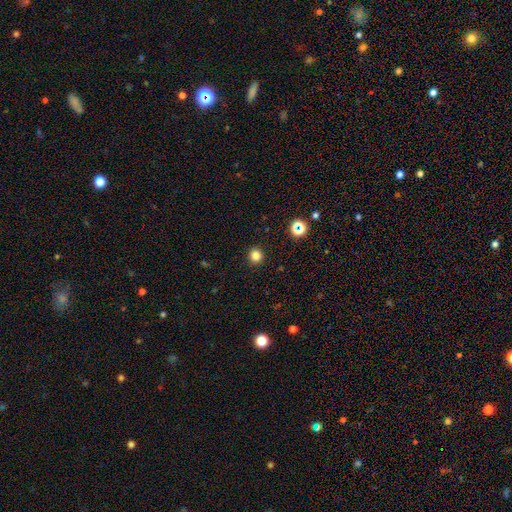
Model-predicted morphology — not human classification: Smooth or featured? smooth (81%)
How rounded? round (91%)
Merging? none (92%)